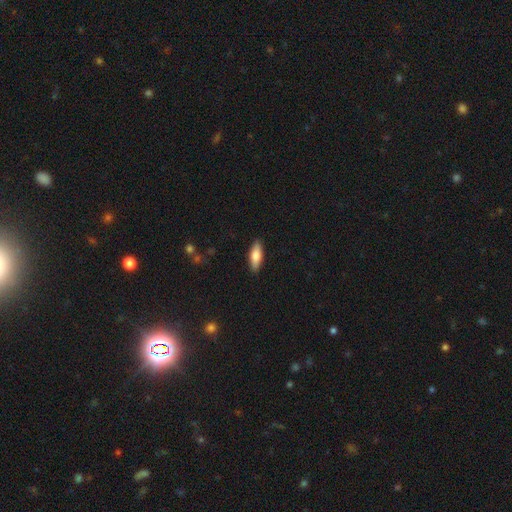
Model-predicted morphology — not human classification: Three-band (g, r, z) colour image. It shows a smooth galaxy with no disk features (75%) that is in between round and cigar-shaped (65%). Merging: none (89%).